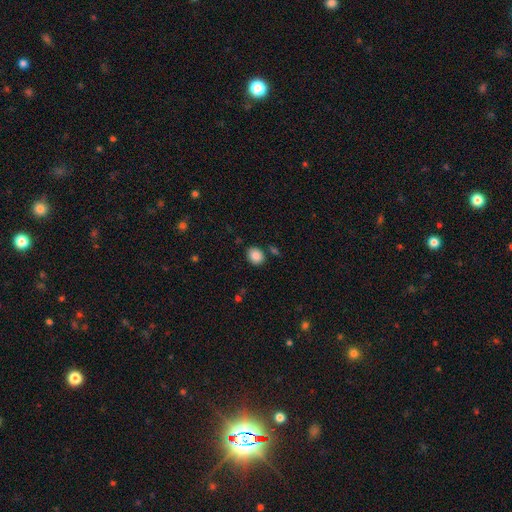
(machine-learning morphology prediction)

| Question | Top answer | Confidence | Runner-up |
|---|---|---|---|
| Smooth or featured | smooth | 88% | star or artifact (9%) |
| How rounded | round | 55% | in between (44%) |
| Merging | none | 81% | minor disturbance (11%) |